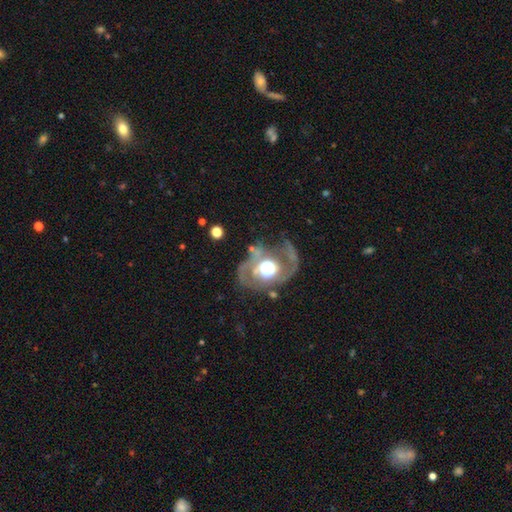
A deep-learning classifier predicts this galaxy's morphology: This appears to be a featured or disk galaxy (74%) with no bar (69%), 2 (71%) medium (45%) spiral arms (77%) and a moderate central bulge (45%). Merging: none (59%).